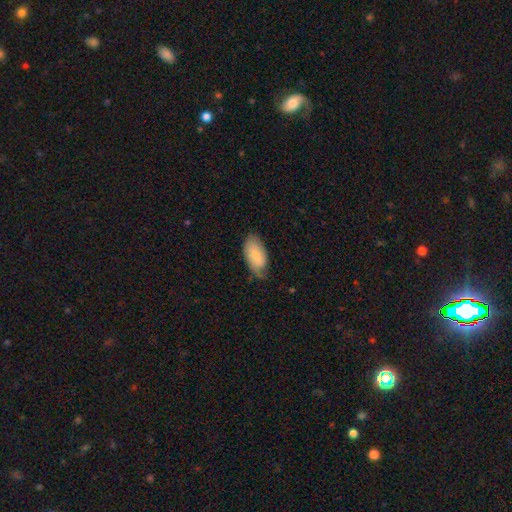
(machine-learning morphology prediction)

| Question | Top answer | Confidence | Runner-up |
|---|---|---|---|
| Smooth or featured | smooth | 68% | featured or disk (26%) |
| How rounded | in between | 94% | round (3%) |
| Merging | none | 55% | minor disturbance (34%) |